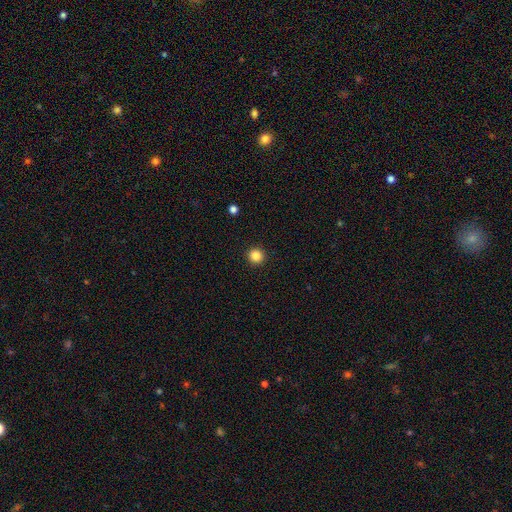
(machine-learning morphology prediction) This appears to be a smooth galaxy with no disk features (85%) that is round (95%). Merging: none (93%).